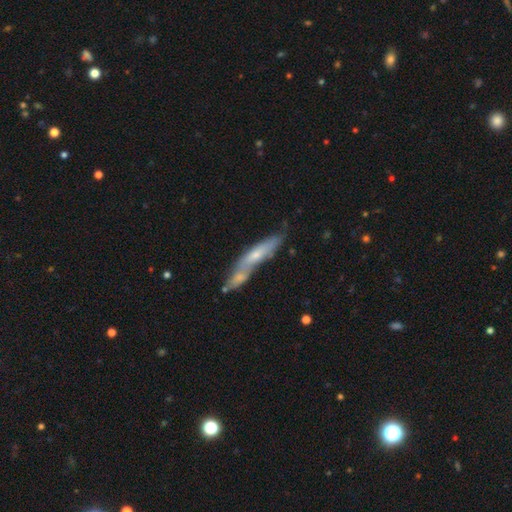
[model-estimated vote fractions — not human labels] featured or disk 49%, smooth 43%, star or artifact 8%. Down the decision tree: merging — merger (42%).